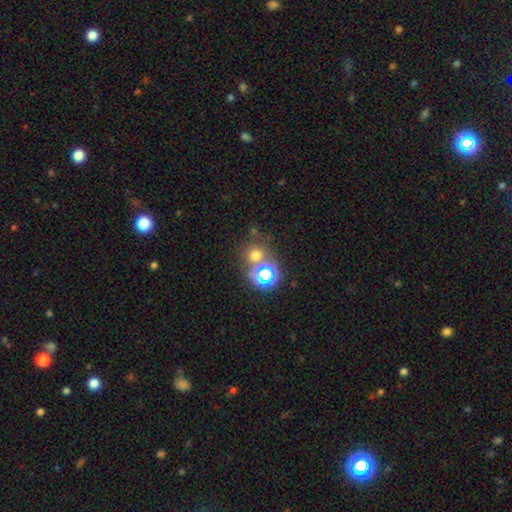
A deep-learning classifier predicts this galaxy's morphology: Q: Smooth or featured?
A: smooth (58%); runner-up: star or artifact (33%)
Q: How rounded?
A: round (87%); runner-up: in between (12%)
Q: Merging?
A: none (66%); runner-up: merger (21%)